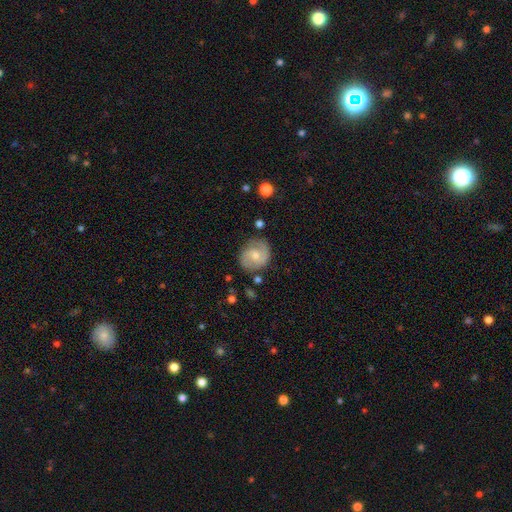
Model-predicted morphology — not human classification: A featured or disk galaxy (64%) with no bar (53%), 2 (79%) medium (45%) spiral arms (90%) and a moderate central bulge (53%). Merging: none (72%).